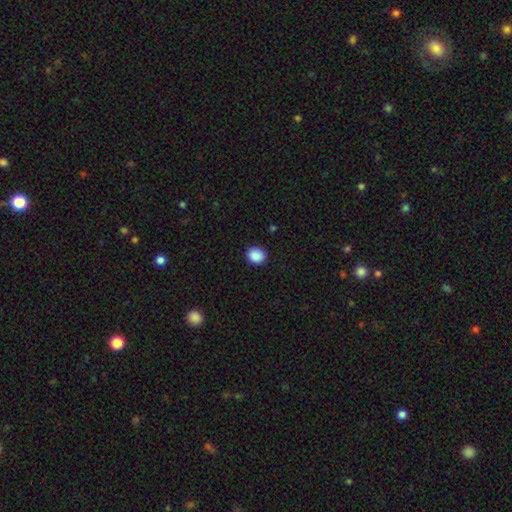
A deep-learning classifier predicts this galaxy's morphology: Overall: smooth (89%). How rounded: round (73%). Merging: none (90%).